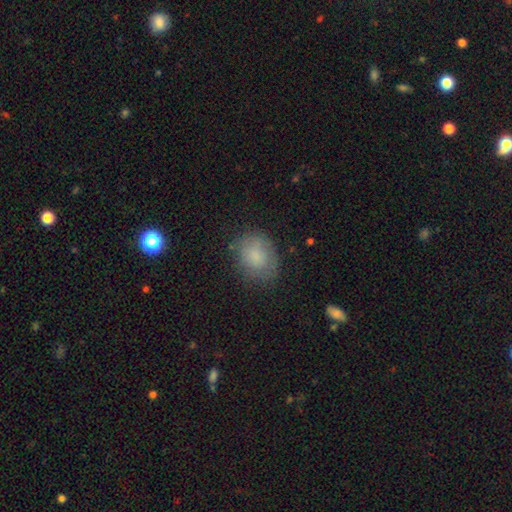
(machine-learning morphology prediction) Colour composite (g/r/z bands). It shows a smooth galaxy with no disk features (79%) that is in between round and cigar-shaped (54%). Merging: none (71%).